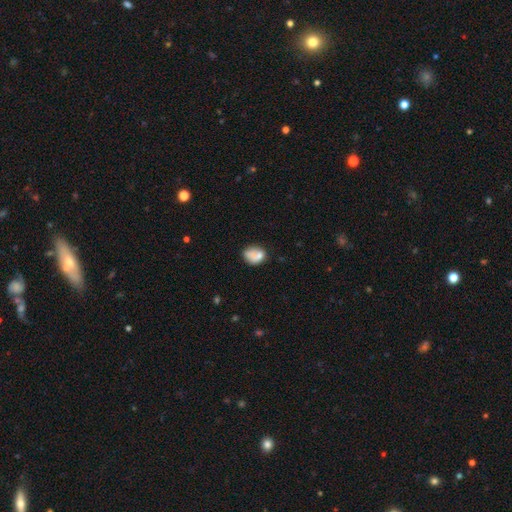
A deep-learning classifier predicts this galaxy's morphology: This appears to be a smooth galaxy with no disk features (73%) that is in between round and cigar-shaped (58%). Merging: none (44%).